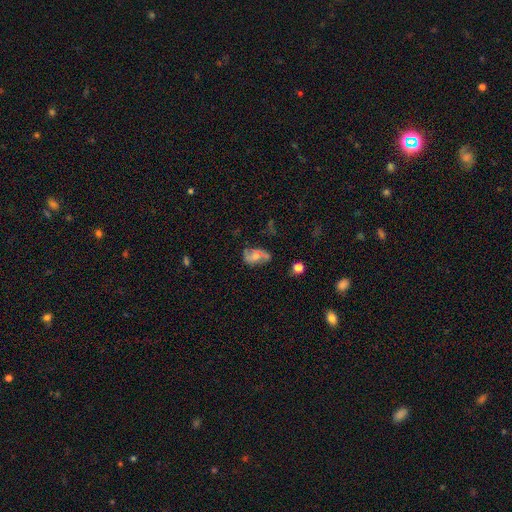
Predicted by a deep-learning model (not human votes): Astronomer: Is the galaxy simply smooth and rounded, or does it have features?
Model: featured or disk — 48% (runner-up: smooth, 41%).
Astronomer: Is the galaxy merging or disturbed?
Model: none — 37% (runner-up: merger, 23%).